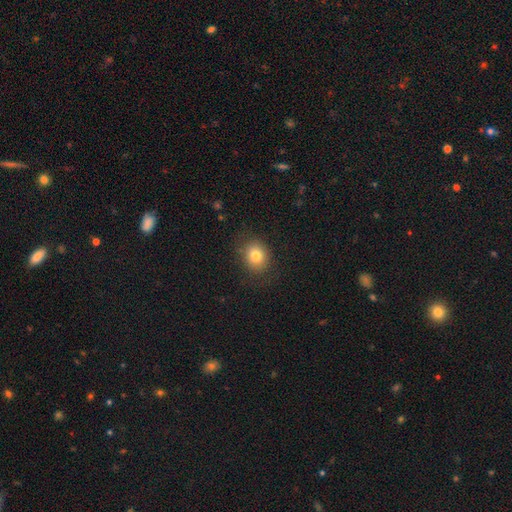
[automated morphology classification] The model was most divided on "how rounded": round: 64%, in between: 35%, cigar-shaped: 1%. More confident: merging — none (84%); smooth or featured — smooth (80%).